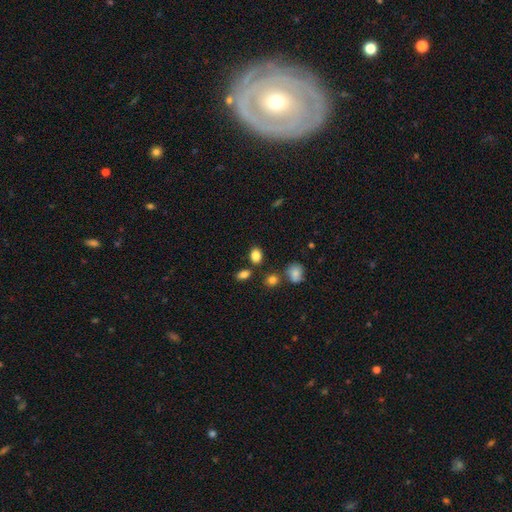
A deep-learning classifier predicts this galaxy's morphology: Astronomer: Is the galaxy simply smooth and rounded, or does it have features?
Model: smooth — 84%.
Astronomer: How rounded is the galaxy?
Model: in between — 71%.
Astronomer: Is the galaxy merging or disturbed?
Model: none — 77%.